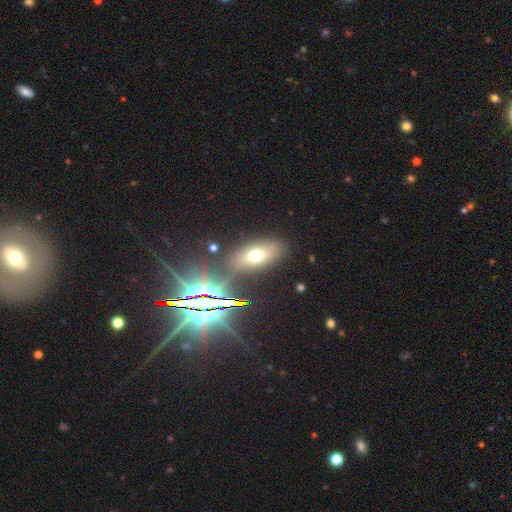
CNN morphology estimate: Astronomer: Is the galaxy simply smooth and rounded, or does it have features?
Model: smooth — 60%.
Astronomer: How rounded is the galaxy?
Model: in between — 81%.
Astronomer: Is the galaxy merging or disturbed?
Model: none — 78%.